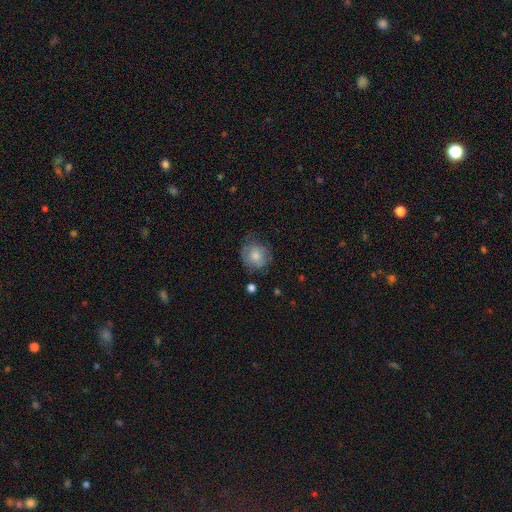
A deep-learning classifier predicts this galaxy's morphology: Smooth or featured? Predicted: smooth (p=0.74). How rounded? Predicted: round (p=0.80). Merging? Predicted: none (p=0.59).